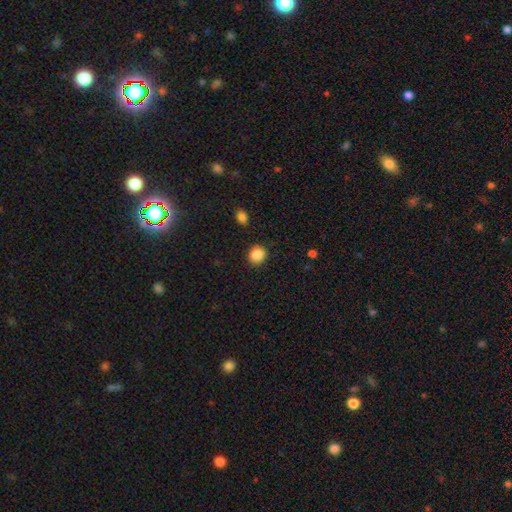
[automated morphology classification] This appears to be a smooth galaxy with no disk features (88%) that is round (74%). Merging: none (86%).